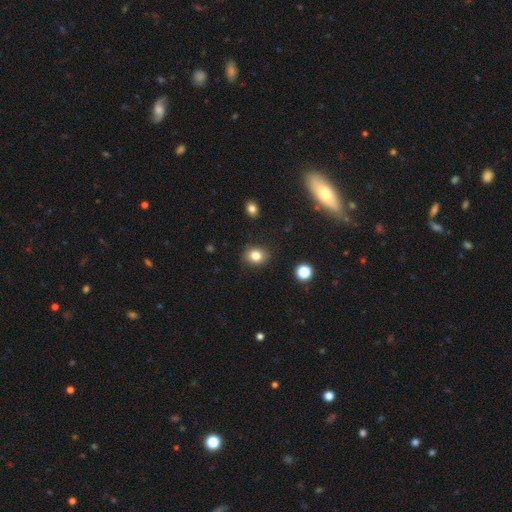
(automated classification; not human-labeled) Smooth or featured?
  - smooth: 81% *
  - star or artifact: 12%
  - featured or disk: 7%
How rounded?
  - round: 56% *
  - in between: 44%
  - cigar-shaped: 1%
Merging?
  - none: 87% *
  - minor disturbance: 9%
  - major disturbance: 2%
  - merger: 1%